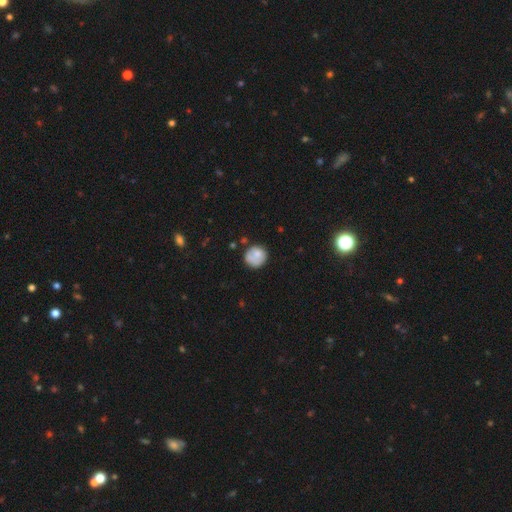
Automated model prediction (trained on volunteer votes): This is likely a smooth galaxy (76%). How rounded: clearly round (87%). Merging: likely none (65%).